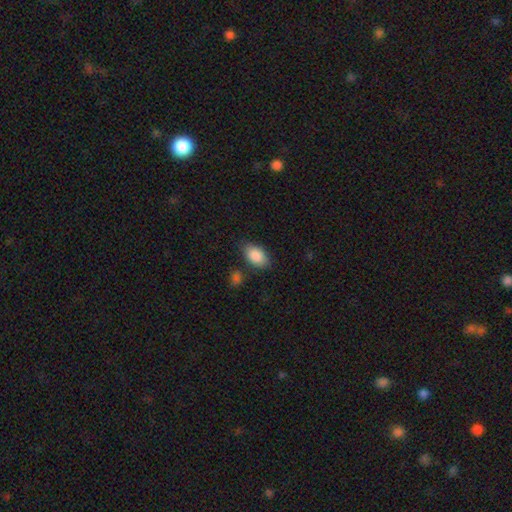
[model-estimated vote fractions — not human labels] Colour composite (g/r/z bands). It shows a smooth galaxy with no disk features (89%) that is in between round and cigar-shaped (91%). Merging: none (77%).